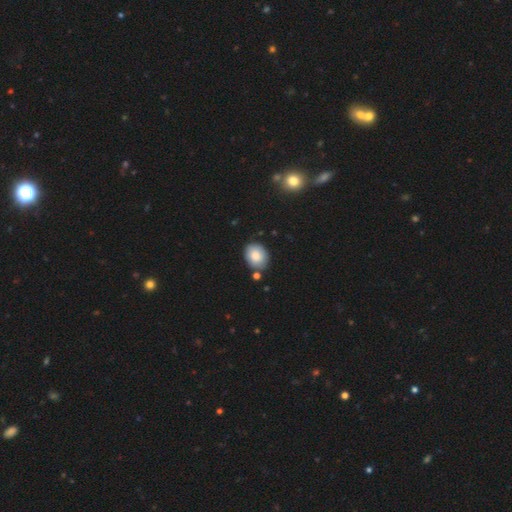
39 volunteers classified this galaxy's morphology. Smooth or featured? 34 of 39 (87%) said smooth. How rounded? 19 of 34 (56%) said in between. Merging? 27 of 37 (73%) said none.